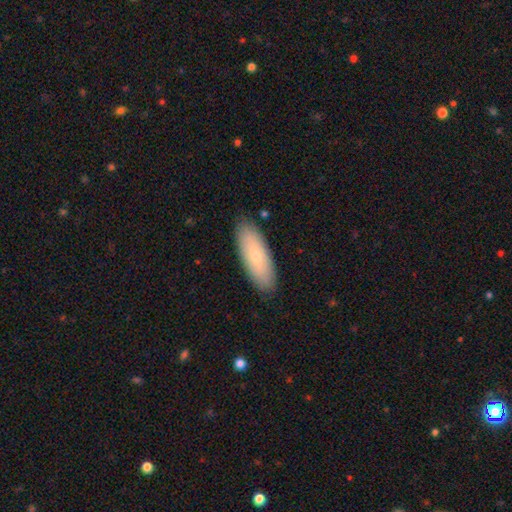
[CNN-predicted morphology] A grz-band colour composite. It shows a smooth galaxy with no disk features (70%) that is in between round and cigar-shaped (66%). Merging: none (88%).